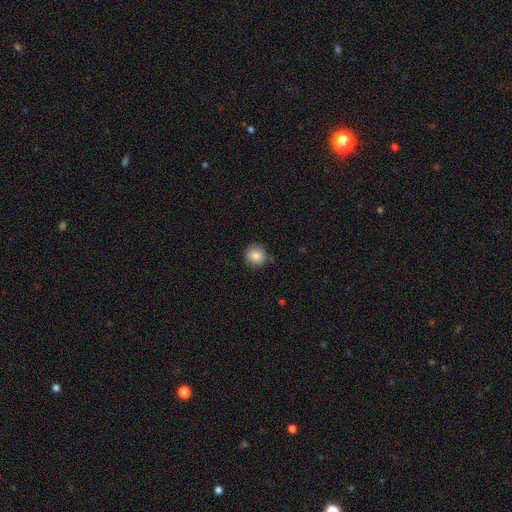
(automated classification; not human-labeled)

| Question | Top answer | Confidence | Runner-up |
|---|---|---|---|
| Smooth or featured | smooth | 84% | star or artifact (9%) |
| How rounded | round | 90% | in between (9%) |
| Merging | none | 84% | minor disturbance (12%) |